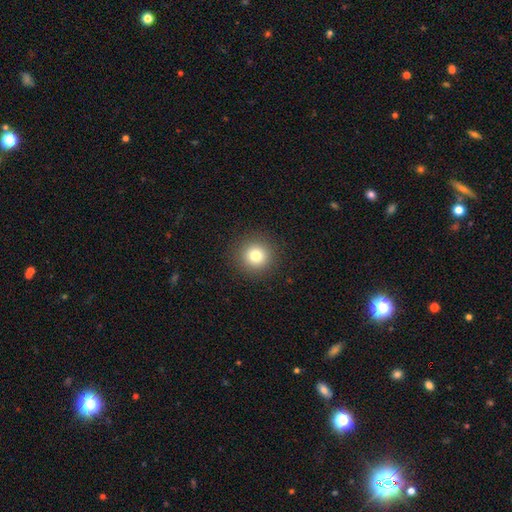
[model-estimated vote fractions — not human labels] Smooth or featured: smooth — 80% (star or artifact — 13%)
How rounded: round — 95% (in between — 4%)
Merging: none — 92% (minor disturbance — 5%)